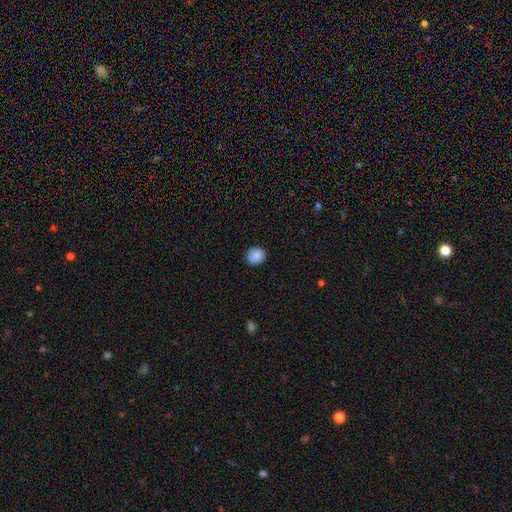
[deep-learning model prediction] Smooth or featured? smooth (88%)
How rounded? round (84%)
Merging? none (87%)